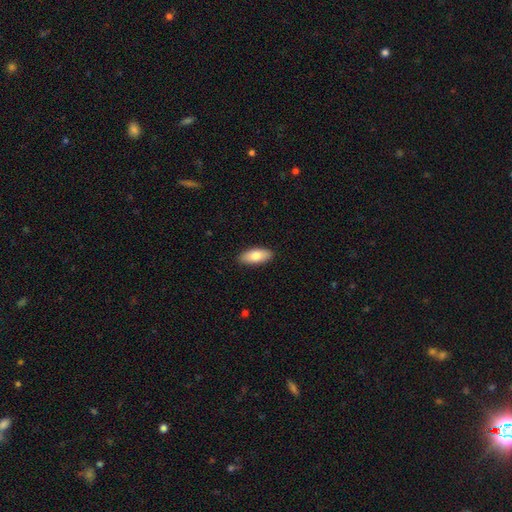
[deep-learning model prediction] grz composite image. It shows a smooth galaxy with no disk features (81%) that is in between round and cigar-shaped (85%). Merging: none (90%).